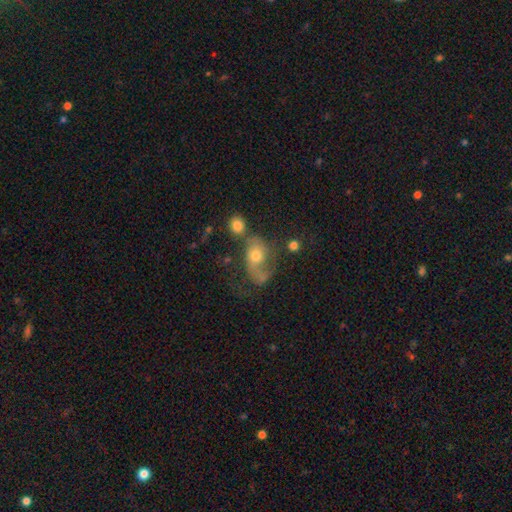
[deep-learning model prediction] featured or disk 50%, smooth 38%, star or artifact 12%. Down the decision tree: edge-on disk — no (95%); merging — major disturbance (32%).